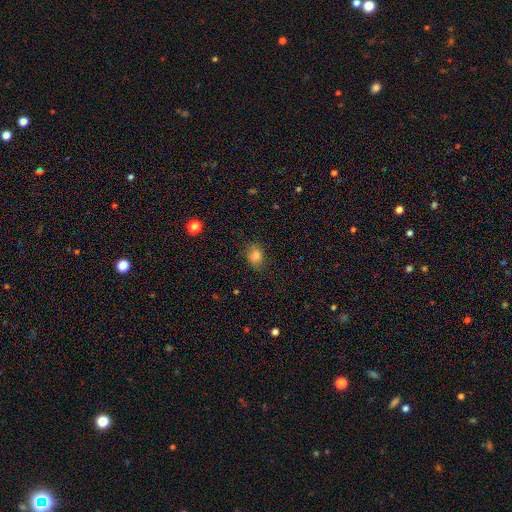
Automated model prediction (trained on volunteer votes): Morphology: type=smooth (78%); roundness=in between (61%); merging=none (77%).